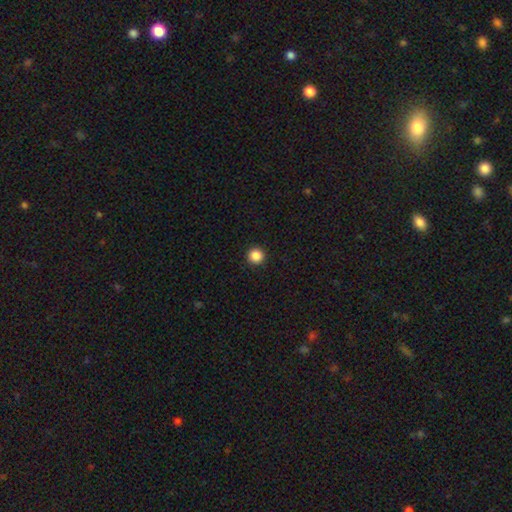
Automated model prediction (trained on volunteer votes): smooth-or-featured: smooth: 87% | star or artifact: 10% | featured or disk: 3%
  how-rounded: round: 96% | in between: 3% | cigar-shaped: 1%
  merging: none: 94% | minor disturbance: 4% | major disturbance: 1% | merger: 1%